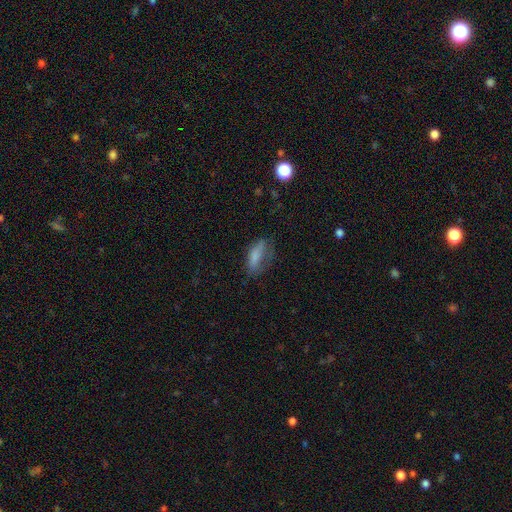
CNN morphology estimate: Overall: smooth (73%). How rounded: in between (75%). Merging: none (43%; minor disturbance 30%).